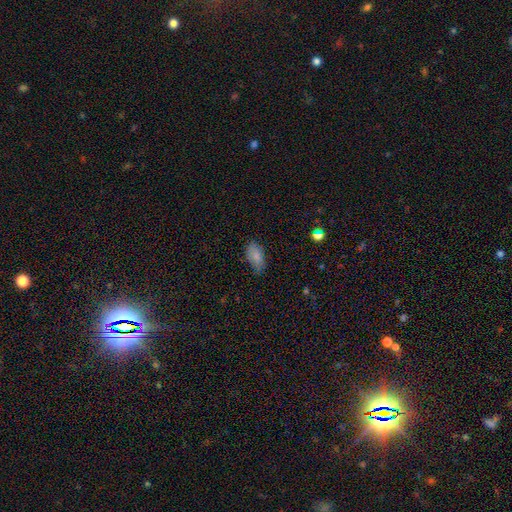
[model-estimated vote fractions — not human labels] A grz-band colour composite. It shows a smooth galaxy with no disk features (82%) that is in between round and cigar-shaped (92%). Merging: none (71%).